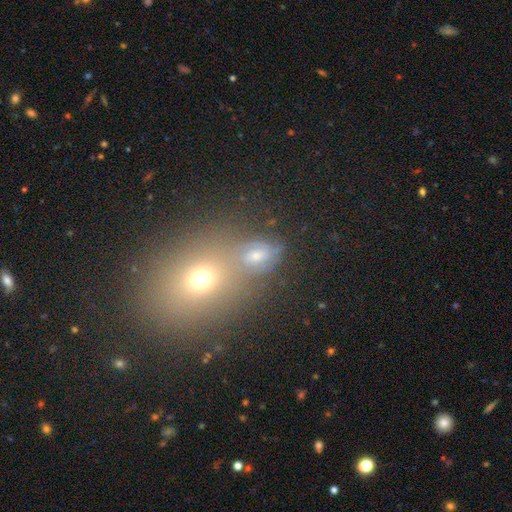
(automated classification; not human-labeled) A smooth galaxy with no disk features (51%) that is in between round and cigar-shaped (56%).

Vote fractions:
- Smooth or featured? smooth: 51% / star or artifact: 25% / featured or disk: 24%
- How rounded? in between: 56% / round: 42% / cigar-shaped: 2%
- Merging? none: 43% / merger: 40% / minor disturbance: 10% / major disturbance: 6%